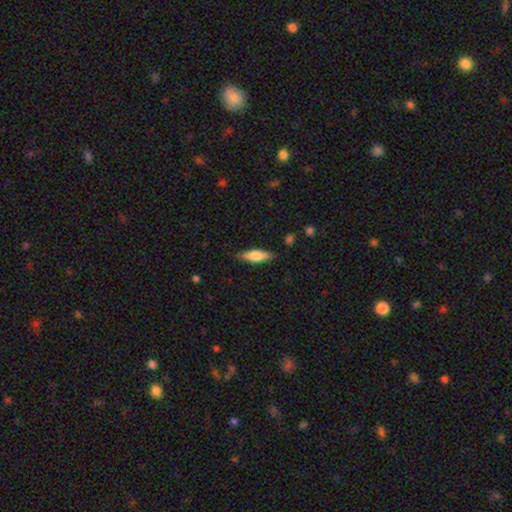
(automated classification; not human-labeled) This appears to be a smooth galaxy with no disk features (61%) that is cigar-shaped (54%). Merging: none (84%).